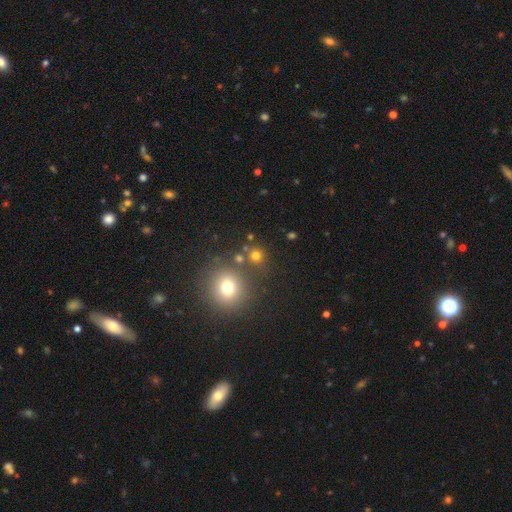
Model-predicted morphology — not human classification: This appears to be a smooth galaxy with no disk features (72%) that is round (90%). Merging: none (75%).